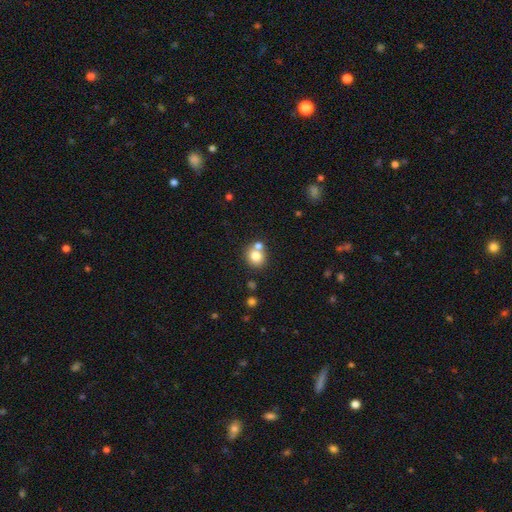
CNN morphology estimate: Q: Smooth or featured?
A: smooth (78%); runner-up: featured or disk (11%)
Q: How rounded?
A: round (80%); runner-up: in between (19%)
Q: Merging?
A: none (57%); runner-up: merger (33%)